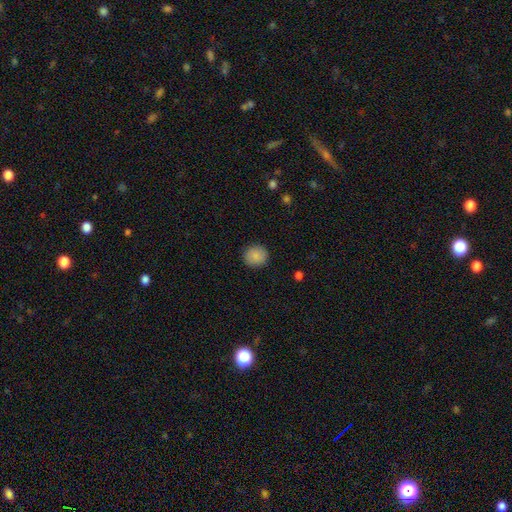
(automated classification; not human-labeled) Q: Smooth or featured?
A: smooth (86%); runner-up: star or artifact (8%)
Q: How rounded?
A: round (88%); runner-up: in between (11%)
Q: Merging?
A: none (90%); runner-up: minor disturbance (7%)